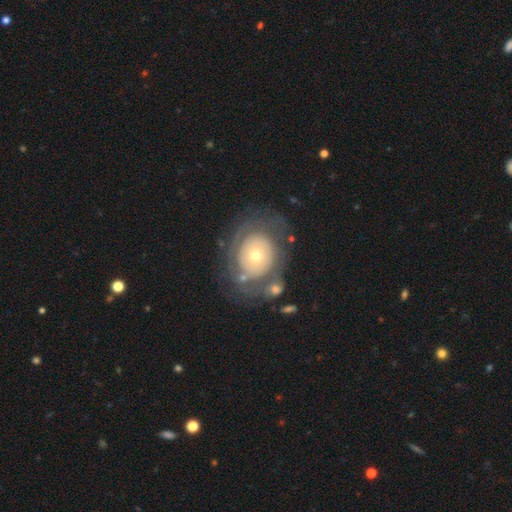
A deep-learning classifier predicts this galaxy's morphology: smooth_or_featured: featured or disk (p=0.65) [alt: smooth p=0.28]
disk_edge_on: no (p=0.96) [alt: yes p=0.04]
bar: no (p=0.88) [alt: weak p=0.09]
has_spiral_arms: yes (p=0.54) [alt: no p=0.46]
bulge_size: small (p=0.57) [alt: moderate p=0.36]
merging: none (p=0.60) [alt: minor disturbance p=0.18]